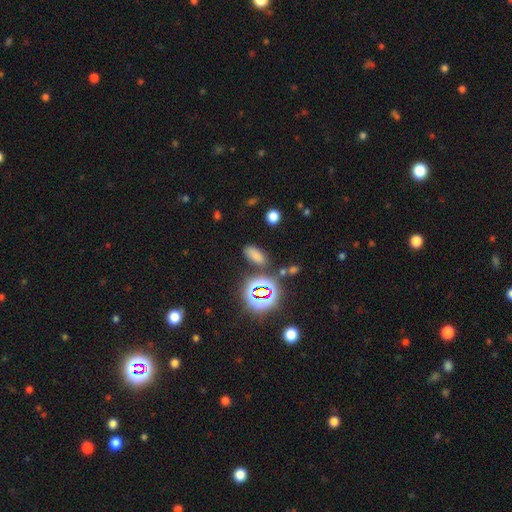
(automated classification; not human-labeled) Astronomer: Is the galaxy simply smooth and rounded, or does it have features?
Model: smooth — 67%.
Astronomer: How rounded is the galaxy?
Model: in between — 84%.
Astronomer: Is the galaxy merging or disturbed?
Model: none — 80%.